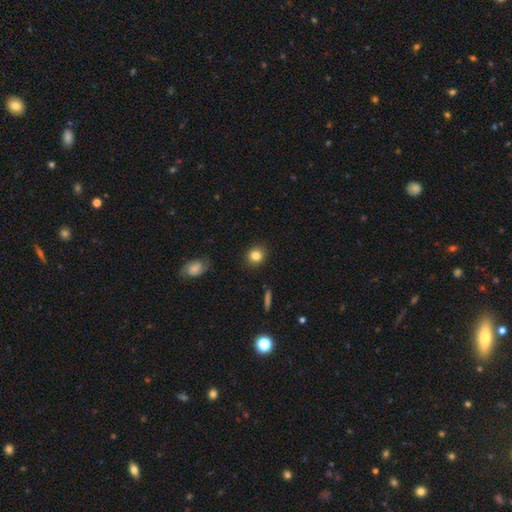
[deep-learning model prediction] Smooth or featured? smooth (83%)
How rounded? round (79%)
Merging? none (89%)